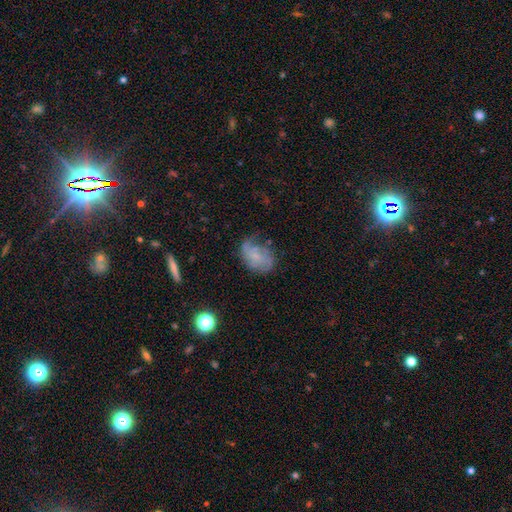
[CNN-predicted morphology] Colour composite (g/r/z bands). It shows a featured or disk galaxy (46%). Merging: none (45%).